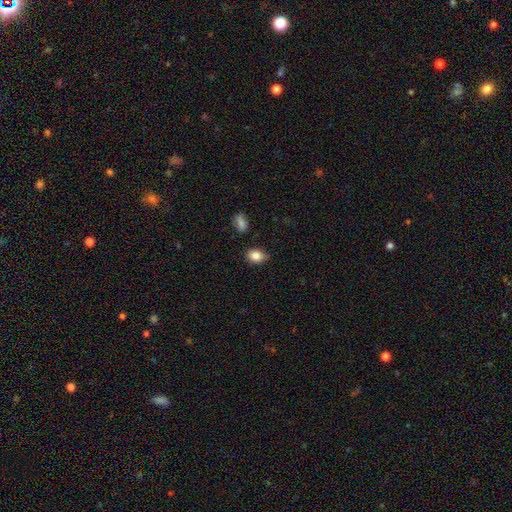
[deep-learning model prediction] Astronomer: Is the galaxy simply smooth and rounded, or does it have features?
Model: smooth — 85%.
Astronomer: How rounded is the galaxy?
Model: in between — 67%.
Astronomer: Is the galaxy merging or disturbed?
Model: none — 77%.